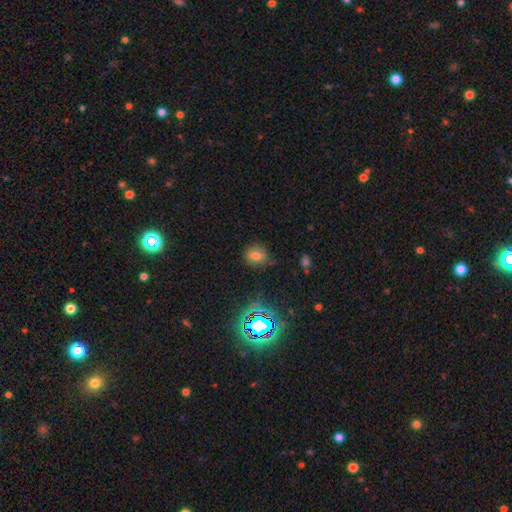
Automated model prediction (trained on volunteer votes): The model was most divided on "how rounded": round: 59%, in between: 40%, cigar-shaped: 2%. More confident: merging — none (77%); smooth or featured — smooth (68%).